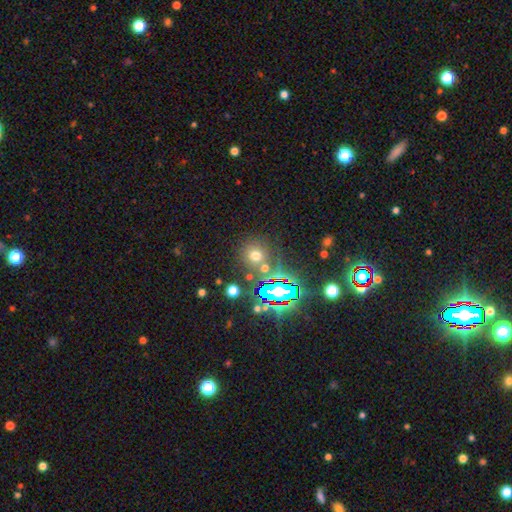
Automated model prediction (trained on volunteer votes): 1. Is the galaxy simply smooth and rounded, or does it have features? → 57% smooth, 33% star or artifact, 10% featured or disk.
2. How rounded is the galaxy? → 88% round, 11% in between, 1% cigar-shaped.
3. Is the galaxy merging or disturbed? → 74% none, 12% merger, 9% minor disturbance, 5% major disturbance.